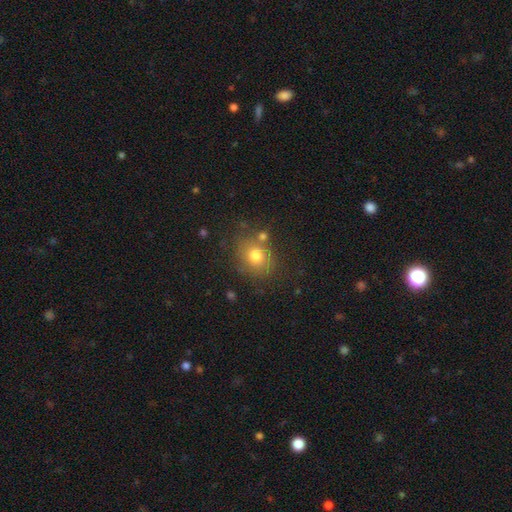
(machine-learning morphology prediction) Smooth or featured?
  - smooth: 75% *
  - star or artifact: 13%
  - featured or disk: 12%
How rounded?
  - round: 65% *
  - in between: 34%
  - cigar-shaped: 1%
Merging?
  - none: 73% *
  - minor disturbance: 14%
  - merger: 8%
  - major disturbance: 5%